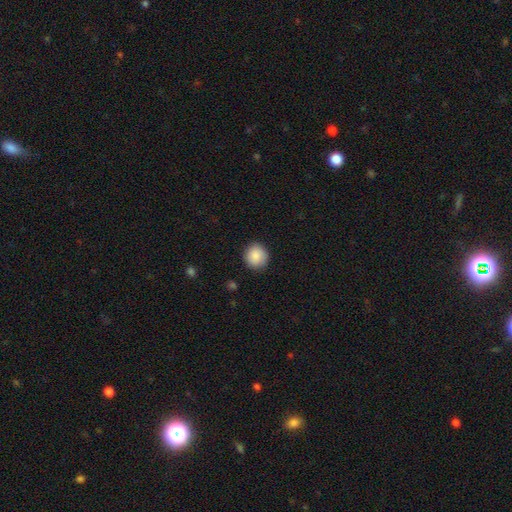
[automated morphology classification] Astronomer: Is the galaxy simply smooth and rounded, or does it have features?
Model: smooth — 87%.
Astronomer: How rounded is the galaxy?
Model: round — 86%.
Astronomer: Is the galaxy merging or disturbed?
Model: none — 87%.